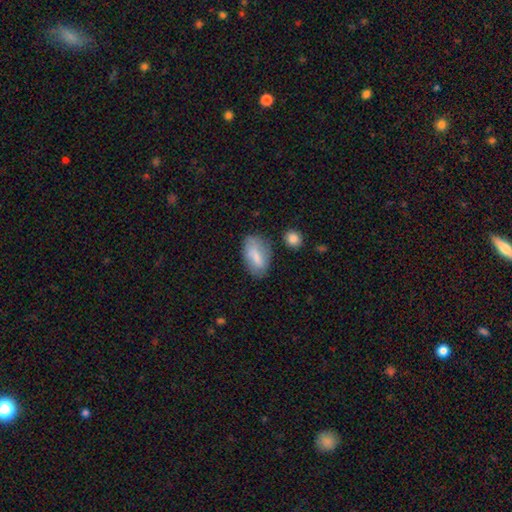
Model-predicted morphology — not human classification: A smooth galaxy with no disk features (74%) that is in between round and cigar-shaped (91%).

Vote fractions:
- Smooth or featured? smooth: 74% / featured or disk: 19% / star or artifact: 7%
- How rounded? in between: 91% / round: 5% / cigar-shaped: 4%
- Merging? none: 66% / minor disturbance: 23% / major disturbance: 7% / merger: 4%